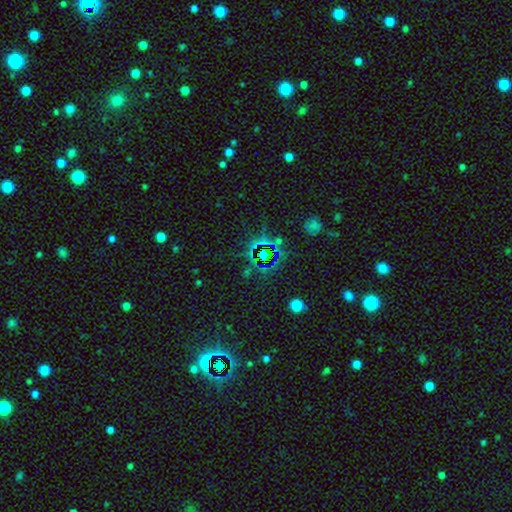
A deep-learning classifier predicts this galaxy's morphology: Q: Smooth or featured?
A: star or artifact (74%); runner-up: smooth (16%)